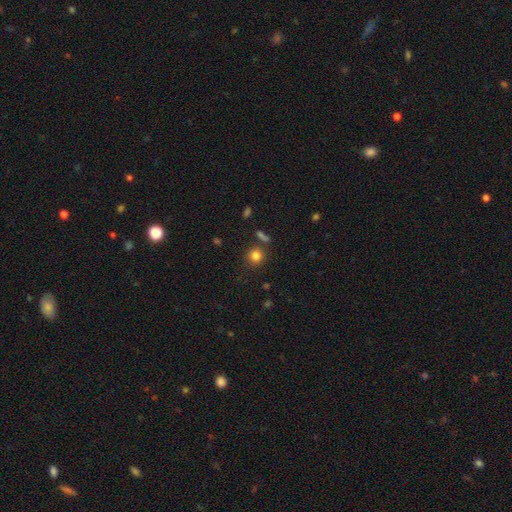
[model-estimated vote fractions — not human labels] Smooth or featured? smooth (82%)
How rounded? round (90%)
Merging? none (81%)